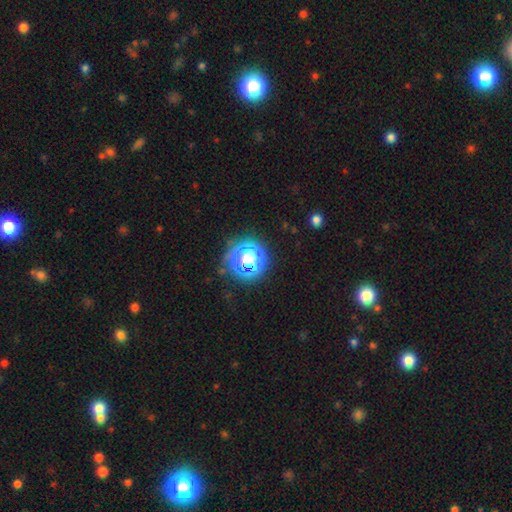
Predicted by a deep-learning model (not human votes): A star or artifact, not a galaxy (74%).

Vote fractions:
- Smooth or featured? star or artifact: 74% / smooth: 19% / featured or disk: 7%